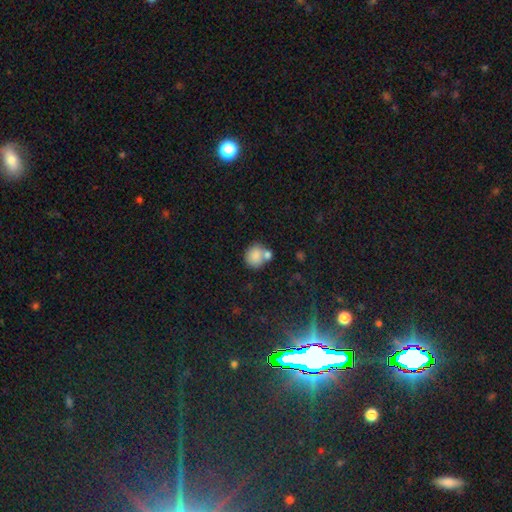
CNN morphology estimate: This is clearly a smooth galaxy (82%). How rounded: clearly round (81%). Merging: possibly none (49%).